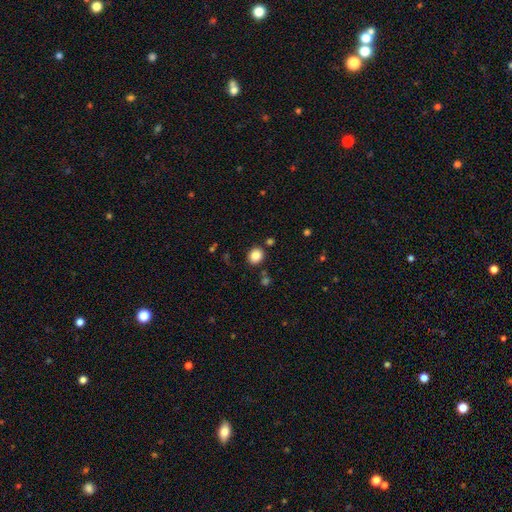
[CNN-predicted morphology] This appears to be a smooth galaxy with no disk features (86%) that is round (71%). Merging: none (85%).